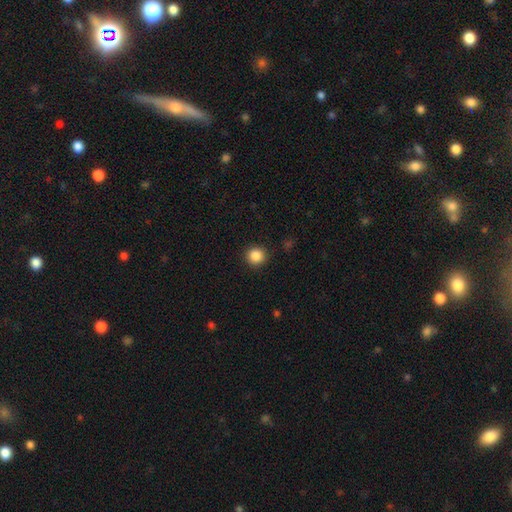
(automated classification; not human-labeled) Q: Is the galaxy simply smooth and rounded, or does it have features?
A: smooth — 87%.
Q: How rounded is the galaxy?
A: round — 93%.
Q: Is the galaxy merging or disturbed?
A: none — 91%.